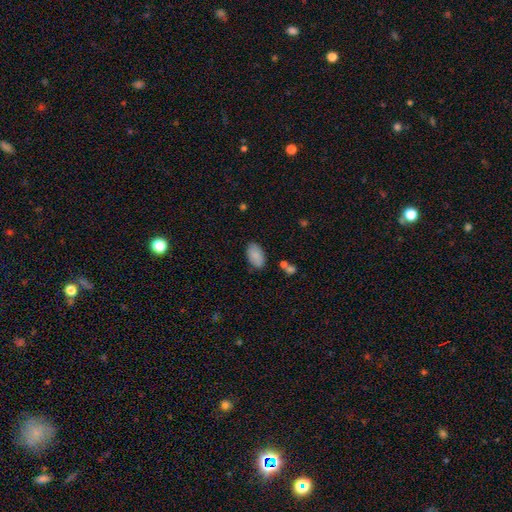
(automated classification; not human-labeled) The model was most divided on "merging": none: 81%, minor disturbance: 13%, merger: 3%, major disturbance: 3%. More confident: how rounded — in between (94%); smooth or featured — smooth (88%).